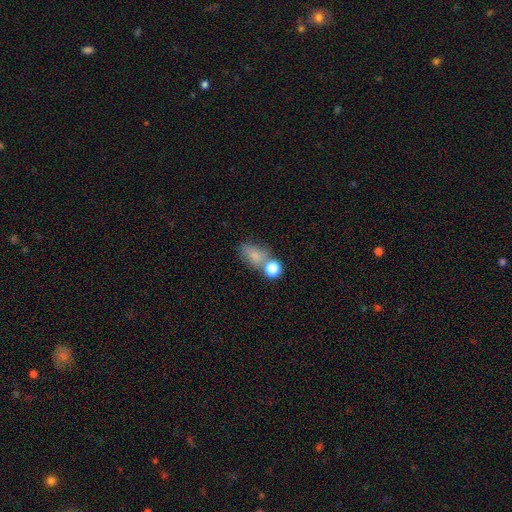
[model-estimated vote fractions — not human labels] smooth-or-featured: smooth: 76% | star or artifact: 13% | featured or disk: 11%
  how-rounded: in between: 73% | round: 24% | cigar-shaped: 4%
  merging: none: 43% | merger: 32% | minor disturbance: 16% | major disturbance: 9%